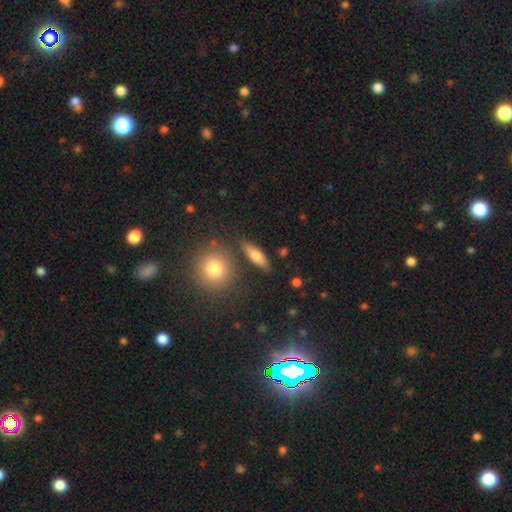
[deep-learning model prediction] Smooth or featured? smooth (69%)
How rounded? in between (50%)
Merging? none (83%)